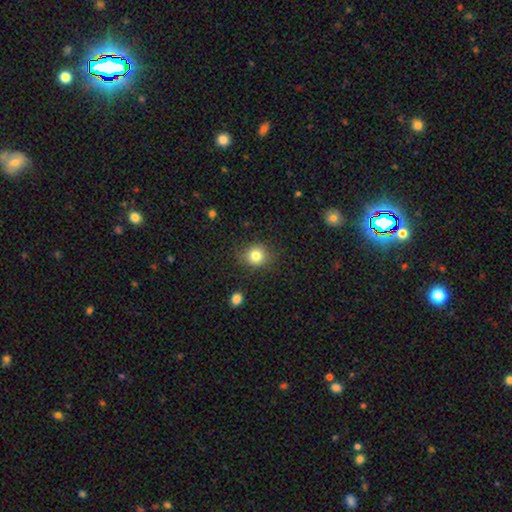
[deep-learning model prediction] Smooth or featured?
  - smooth: 81% *
  - star or artifact: 11%
  - featured or disk: 7%
How rounded?
  - round: 81% *
  - in between: 18%
  - cigar-shaped: 1%
Merging?
  - none: 84% *
  - minor disturbance: 11%
  - major disturbance: 3%
  - merger: 2%